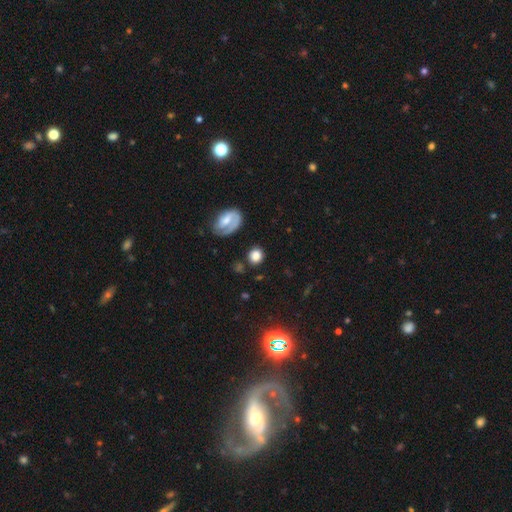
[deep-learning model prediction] Smooth or featured: smooth — 76% (featured or disk — 14%)
How rounded: round — 80% (in between — 19%)
Merging: none — 79% (minor disturbance — 11%)